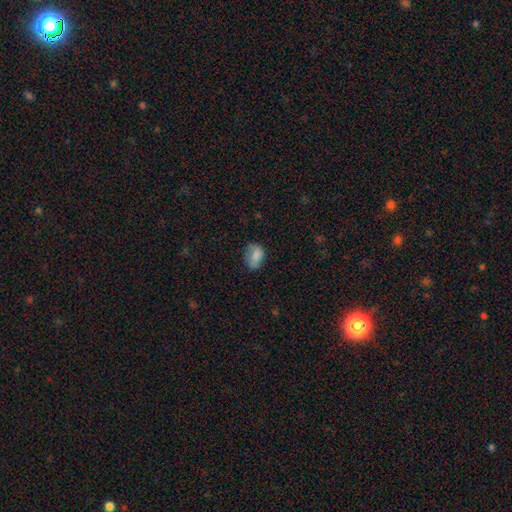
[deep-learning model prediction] Morphology: type=smooth (80%); roundness=in between (75%); merging=none (62%).